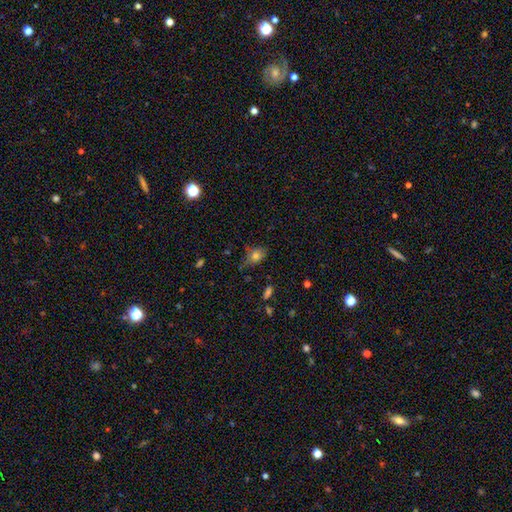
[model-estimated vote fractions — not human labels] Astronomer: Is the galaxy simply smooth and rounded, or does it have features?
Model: smooth — 77%.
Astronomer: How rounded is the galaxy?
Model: in between — 63%.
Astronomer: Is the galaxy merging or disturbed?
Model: none — 61%.